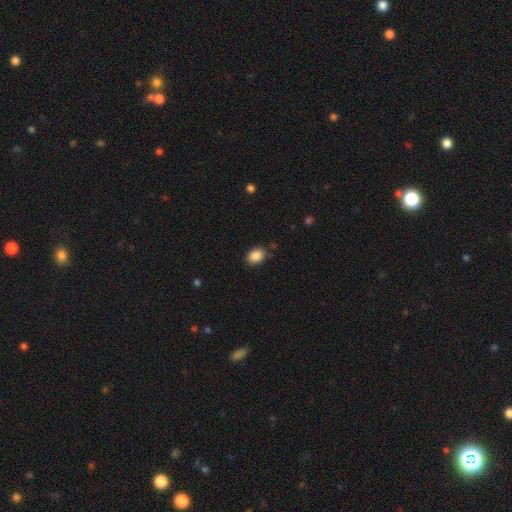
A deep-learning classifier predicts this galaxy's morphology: smooth 88%, star or artifact 8%, featured or disk 4%. Down the decision tree: how rounded — in between (65%); merging — none (84%).